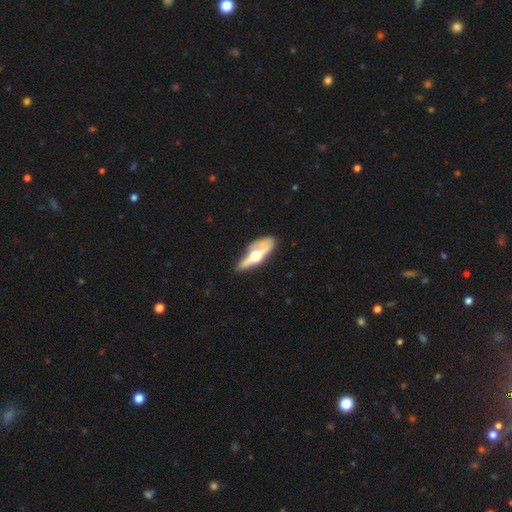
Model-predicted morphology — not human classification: Q: Smooth or featured?
A: featured or disk (61%); runner-up: smooth (33%)
Q: Edge-on disk?
A: yes (73%); runner-up: no (27%)
Q: Merging?
A: none (49%); runner-up: minor disturbance (23%)